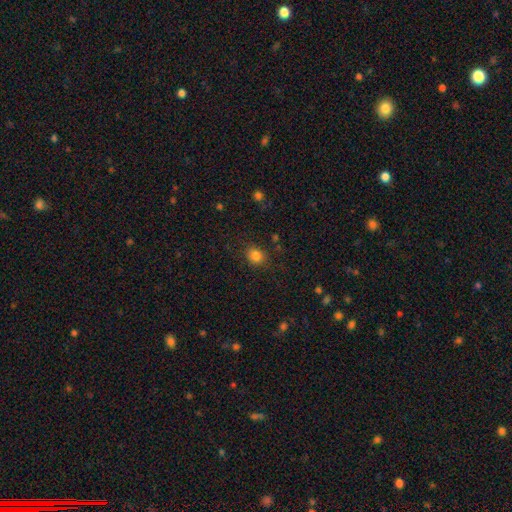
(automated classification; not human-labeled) smooth-or-featured: smooth: 82% | star or artifact: 12% | featured or disk: 6%
  how-rounded: round: 72% | in between: 27% | cigar-shaped: 1%
  merging: none: 84% | minor disturbance: 11% | major disturbance: 3% | merger: 2%